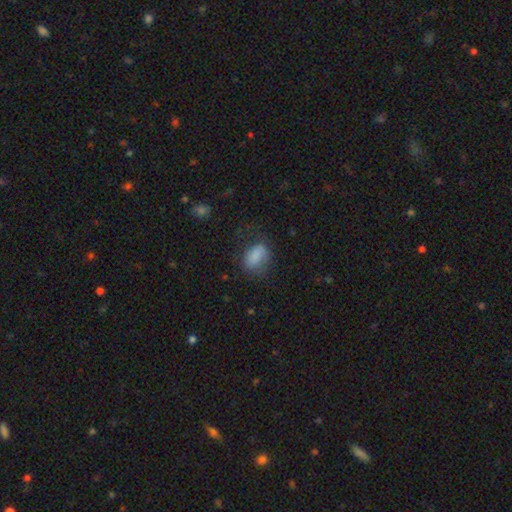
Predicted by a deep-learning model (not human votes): This appears to be a smooth galaxy with no disk features (79%) that is in between round and cigar-shaped (84%). Merging: none (53%).